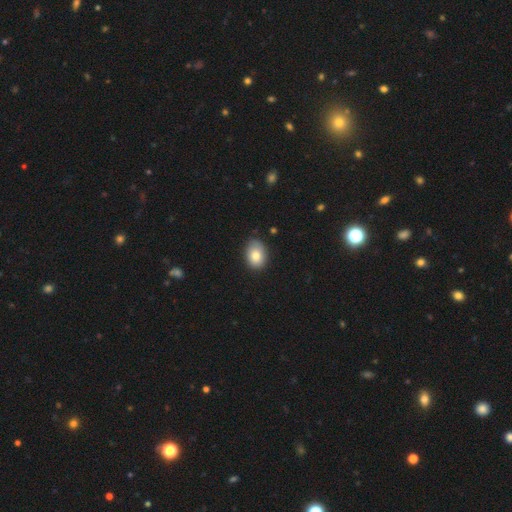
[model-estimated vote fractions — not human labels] Smooth or featured? Predicted: smooth (p=0.80). How rounded? Predicted: in between (p=0.72). Merging? Predicted: none (p=0.77).